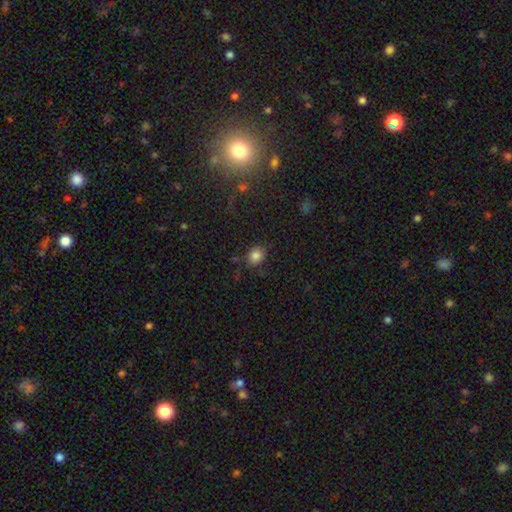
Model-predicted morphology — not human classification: This is clearly a smooth galaxy (83%). How rounded: likely round (61%). Merging: likely none (76%).